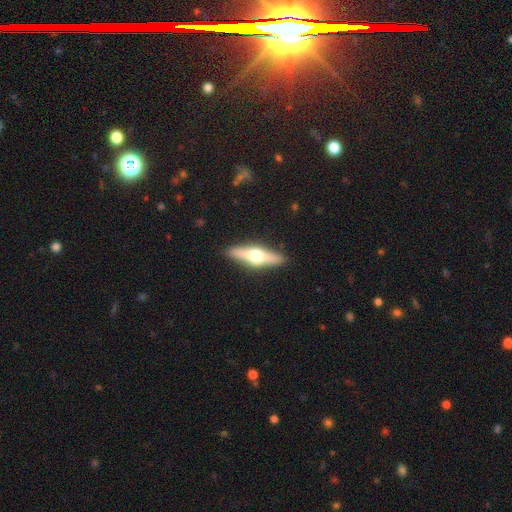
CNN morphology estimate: smooth-or-featured: featured or disk: 56% | smooth: 39% | star or artifact: 6%
  disk-edge-on: yes: 93% | no: 7%
    edge-on-bulge: rounded: 95% | boxy: 3% | none: 2%
  merging: none: 90% | minor disturbance: 7% | major disturbance: 2% | merger: 1%